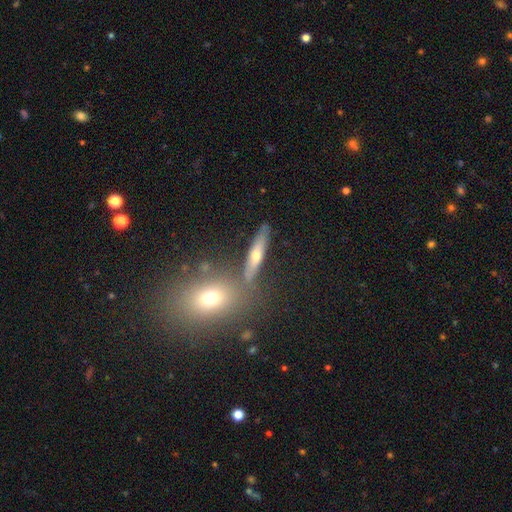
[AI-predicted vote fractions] This appears to be a featured or disk galaxy (46%). Merging: none (73%).